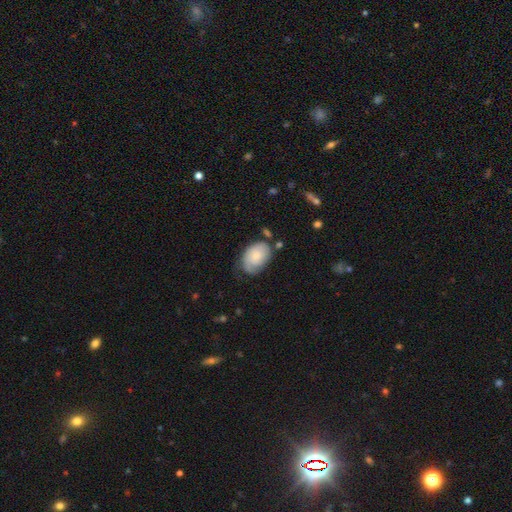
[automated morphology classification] The model was most divided on "merging": none: 51%, minor disturbance: 33%, major disturbance: 12%, merger: 4%. More confident: how rounded — in between (85%); smooth or featured — smooth (62%).